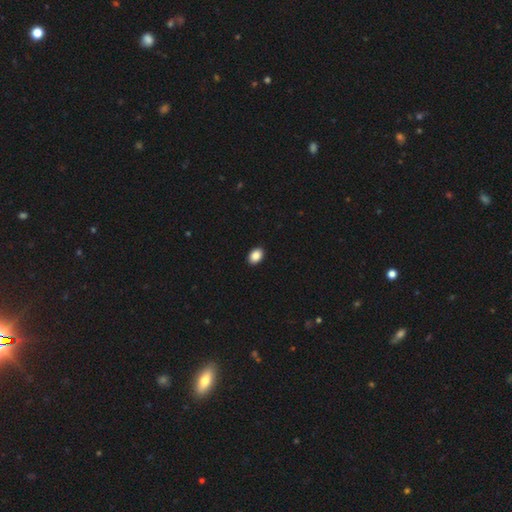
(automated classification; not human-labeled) smooth 89%, star or artifact 8%, featured or disk 3%. Down the decision tree: how rounded — in between (81%); merging — none (92%).